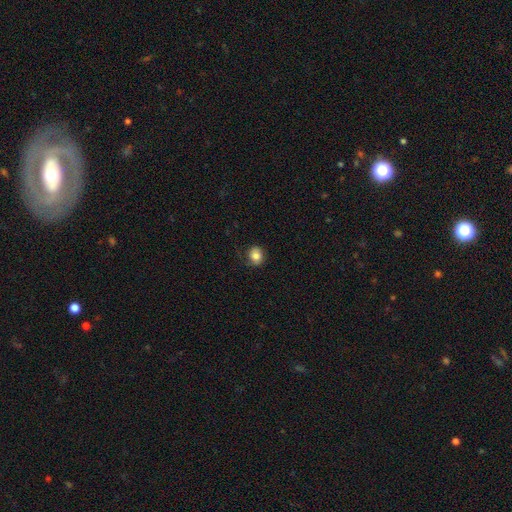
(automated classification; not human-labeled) Q: Smooth or featured?
A: smooth (80%); runner-up: featured or disk (11%)
Q: How rounded?
A: round (68%); runner-up: in between (31%)
Q: Merging?
A: none (70%); runner-up: minor disturbance (20%)